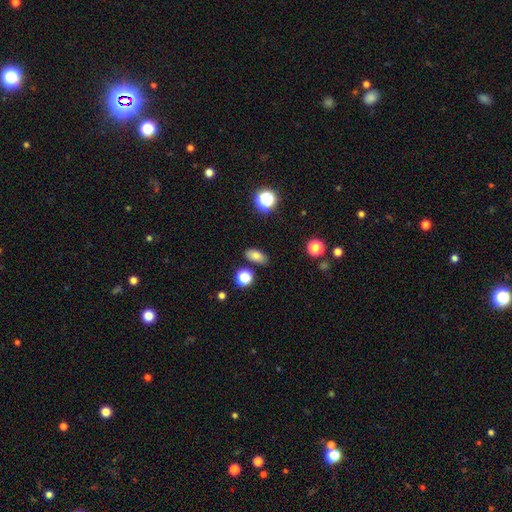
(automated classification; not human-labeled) Q: Smooth or featured?
A: smooth (76%); runner-up: star or artifact (13%)
Q: How rounded?
A: in between (85%); runner-up: round (9%)
Q: Merging?
A: none (82%); runner-up: minor disturbance (11%)